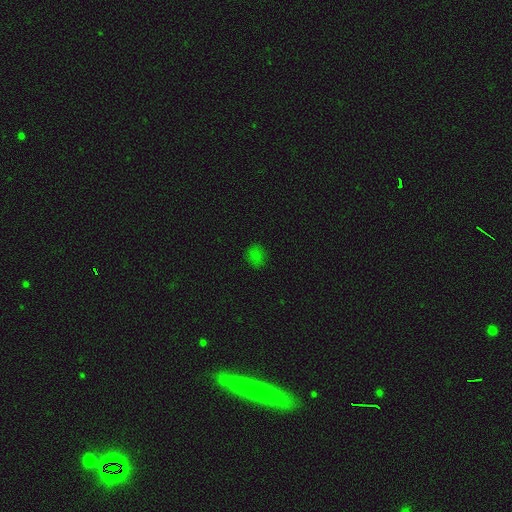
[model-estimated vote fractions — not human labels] Morphology: type=smooth (75%); roundness=round (68%); merging=none (82%).